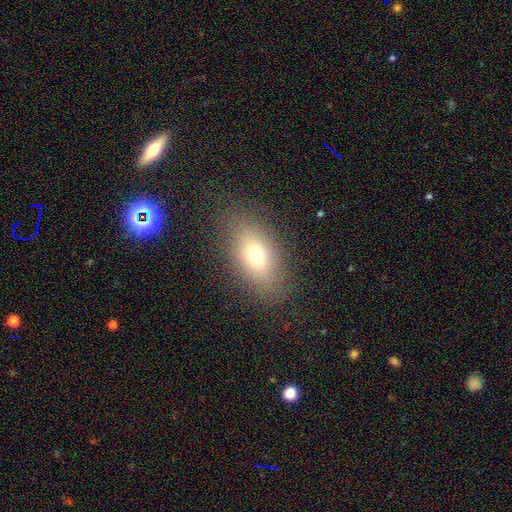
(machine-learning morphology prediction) Smooth or featured? smooth (69%)
How rounded? in between (84%)
Merging? none (84%)